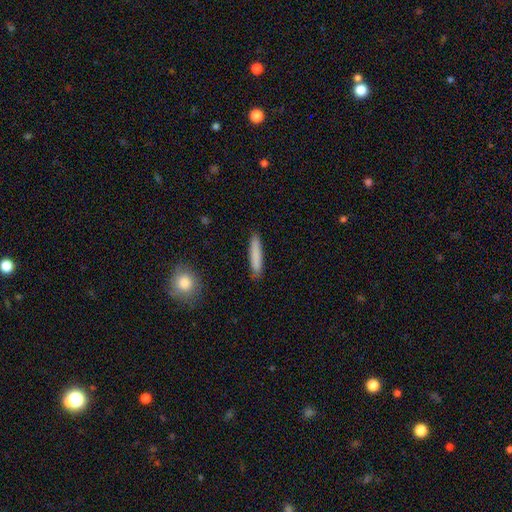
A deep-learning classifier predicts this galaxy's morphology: The model was most divided on "smooth or featured": smooth: 82%, featured or disk: 12%, star or artifact: 6%. More confident: how rounded — cigar-shaped (92%); merging — none (90%).